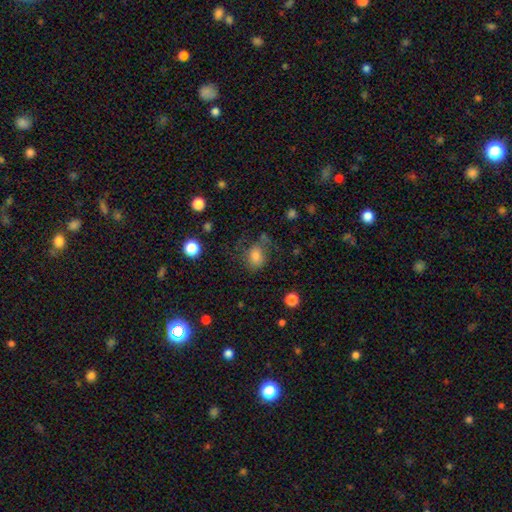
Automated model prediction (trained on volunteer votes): Smooth or featured? smooth (75%)
How rounded? in between (50%)
Merging? none (59%)